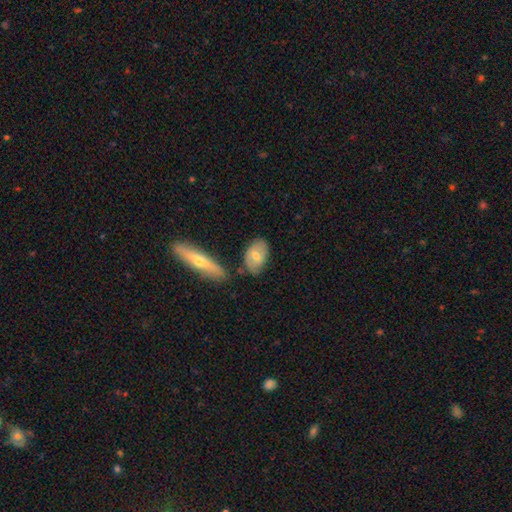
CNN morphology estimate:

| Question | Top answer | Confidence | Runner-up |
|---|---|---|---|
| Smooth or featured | smooth | 57% | featured or disk (36%) |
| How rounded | in between | 88% | round (6%) |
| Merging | none | 70% | minor disturbance (18%) |